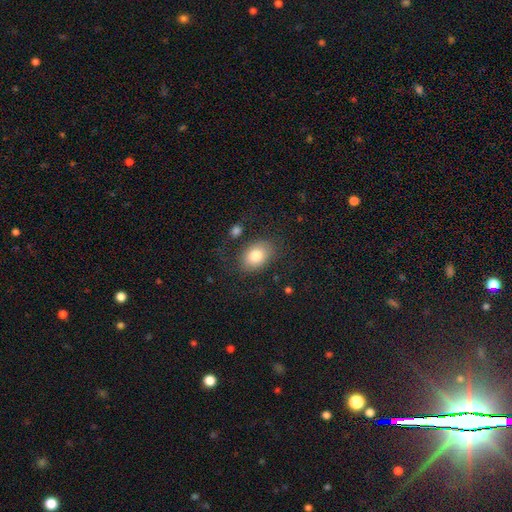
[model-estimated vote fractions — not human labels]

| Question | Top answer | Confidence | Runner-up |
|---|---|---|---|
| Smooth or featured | smooth | 81% | featured or disk (12%) |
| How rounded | in between | 76% | round (23%) |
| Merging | none | 73% | minor disturbance (15%) |